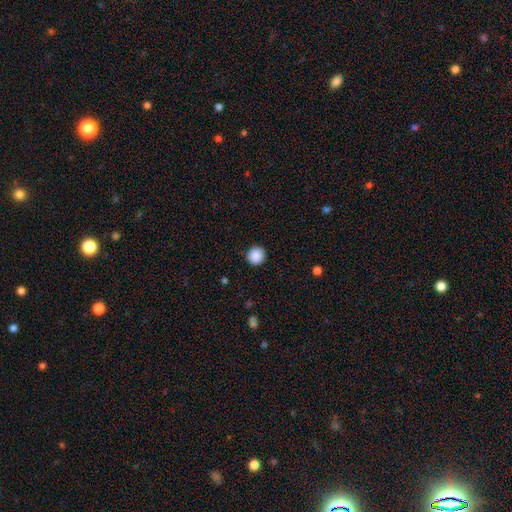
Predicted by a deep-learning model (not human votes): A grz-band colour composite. It shows a smooth galaxy with no disk features (89%) that is round (95%). Merging: none (92%).